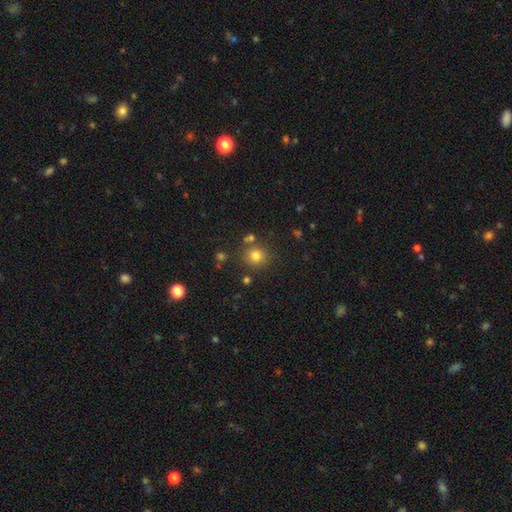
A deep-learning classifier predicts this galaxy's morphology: This appears to be a smooth galaxy with no disk features (78%) that is round (87%). Merging: none (78%).